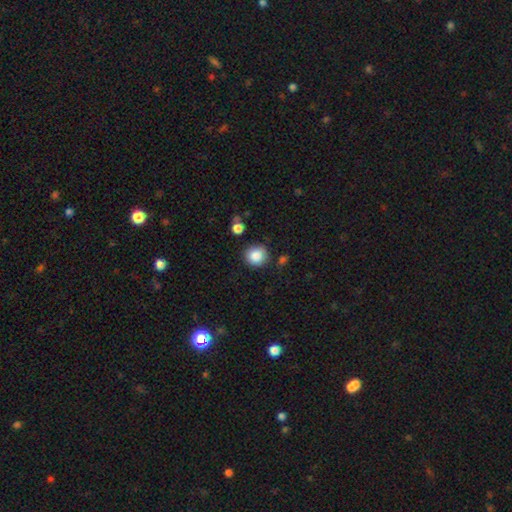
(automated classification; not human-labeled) smooth_or_featured: smooth (p=0.87) [alt: star or artifact p=0.09]
how_rounded: round (p=0.90) [alt: in between p=0.09]
merging: none (p=0.84) [alt: minor disturbance p=0.10]